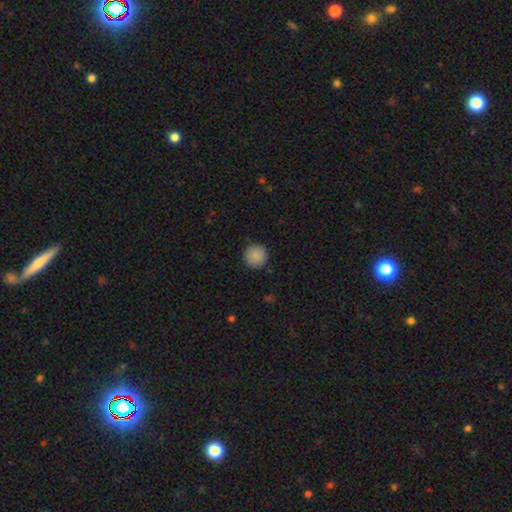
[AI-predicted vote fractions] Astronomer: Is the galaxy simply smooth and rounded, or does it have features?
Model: smooth — 88%.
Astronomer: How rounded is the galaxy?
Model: round — 95%.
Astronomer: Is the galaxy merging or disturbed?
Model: none — 90%.